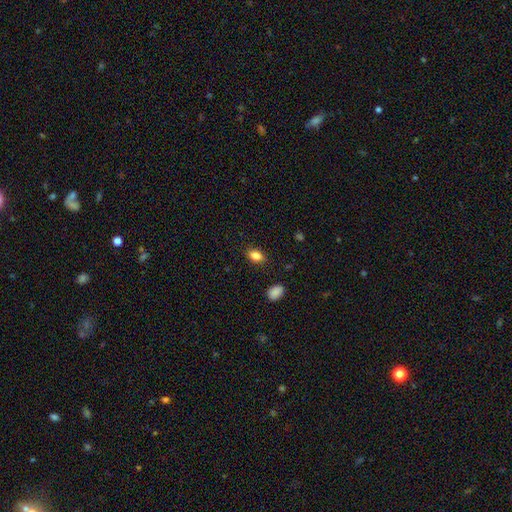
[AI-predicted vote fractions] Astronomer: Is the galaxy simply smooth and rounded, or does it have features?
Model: smooth — 86%.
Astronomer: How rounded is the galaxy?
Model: in between — 84%.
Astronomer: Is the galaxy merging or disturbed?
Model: none — 87%.